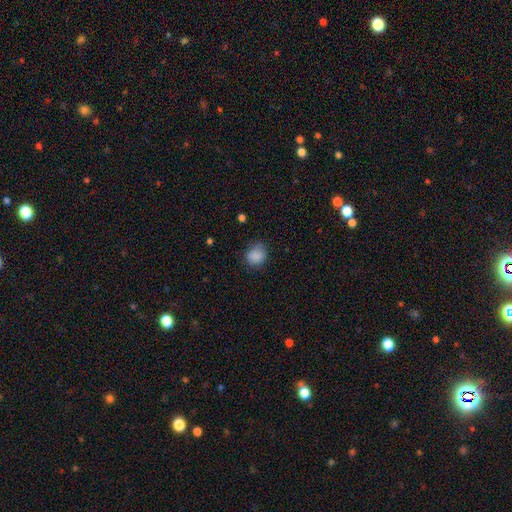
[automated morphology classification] Smooth or featured?
  - smooth: 85% *
  - star or artifact: 10%
  - featured or disk: 5%
How rounded?
  - round: 66% *
  - in between: 33%
  - cigar-shaped: 1%
Merging?
  - none: 67% *
  - minor disturbance: 25%
  - major disturbance: 7%
  - merger: 2%